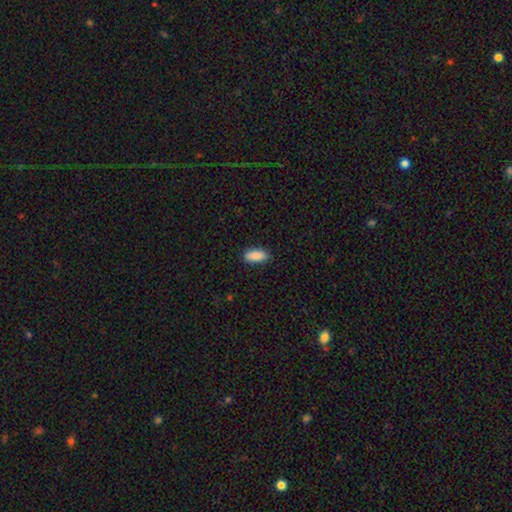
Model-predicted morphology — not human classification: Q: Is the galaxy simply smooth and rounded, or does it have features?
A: smooth — 88%.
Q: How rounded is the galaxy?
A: in between — 86%.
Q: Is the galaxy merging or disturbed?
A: none — 85%.